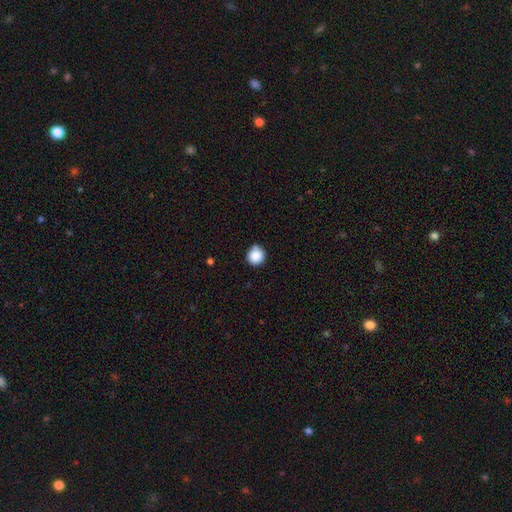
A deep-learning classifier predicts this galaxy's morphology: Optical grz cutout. It shows a smooth galaxy with no disk features (87%) that is round (94%). Merging: none (76%).